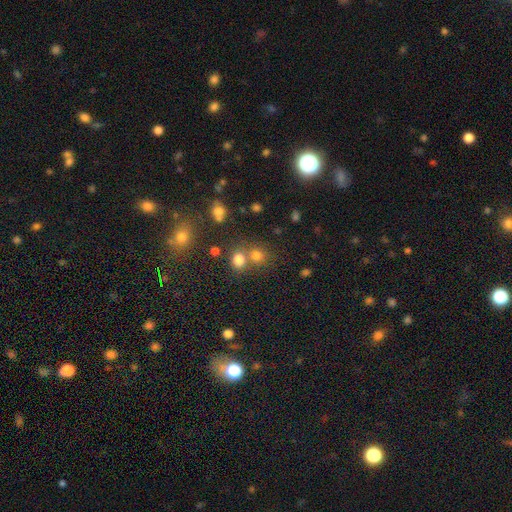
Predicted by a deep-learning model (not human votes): This is likely a smooth galaxy (68%). How rounded: clearly round (82%). Merging: possibly none (56%).